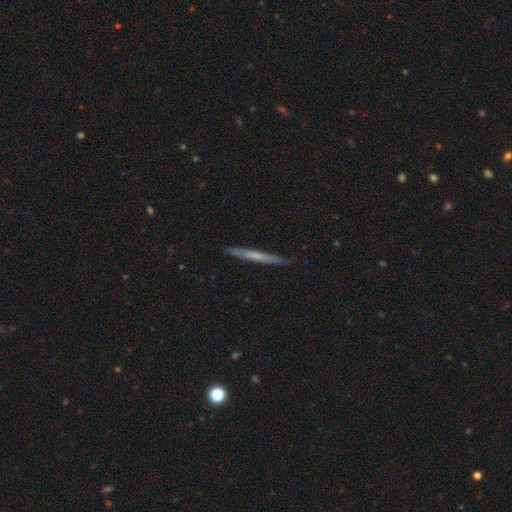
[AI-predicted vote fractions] This appears to be a featured or disk galaxy (49%). Merging: none (89%).